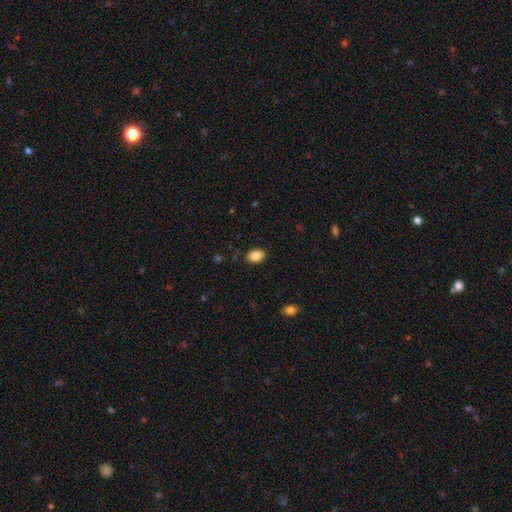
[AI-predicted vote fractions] Smooth or featured: smooth — 86% (star or artifact — 8%)
How rounded: in between — 82% (round — 17%)
Merging: none — 86% (minor disturbance — 10%)